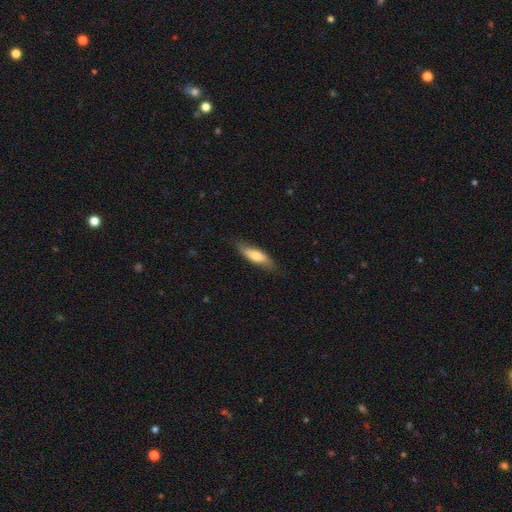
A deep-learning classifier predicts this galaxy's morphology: This appears to be a smooth galaxy with no disk features (65%) that is in between round and cigar-shaped (55%). Merging: none (75%).